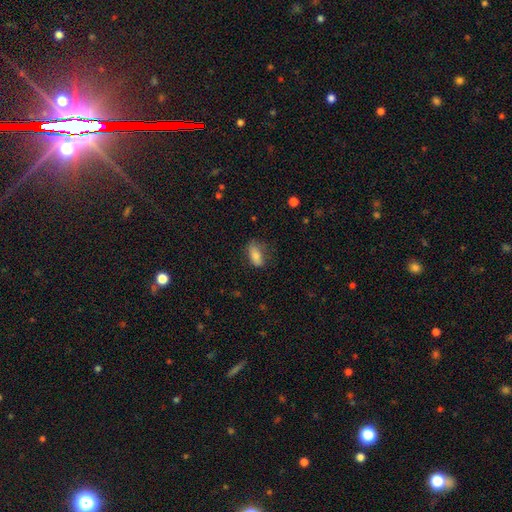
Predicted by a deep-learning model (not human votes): Q: Smooth or featured?
A: smooth (82%); runner-up: featured or disk (10%)
Q: How rounded?
A: in between (85%); runner-up: cigar-shaped (10%)
Q: Merging?
A: none (66%); runner-up: minor disturbance (25%)